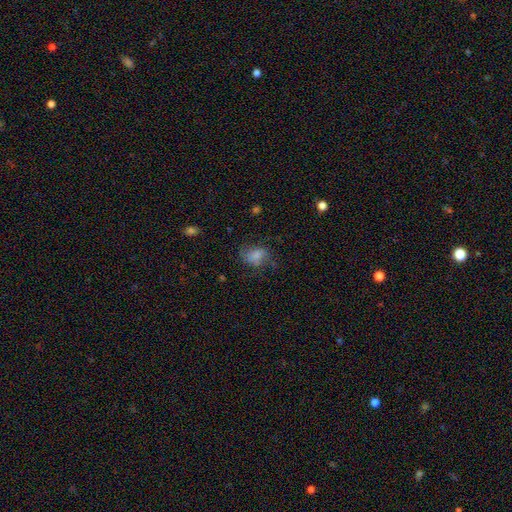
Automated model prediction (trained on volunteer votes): A smooth galaxy with no disk features (69%) that is in between round and cigar-shaped (66%). Merging: none (52%).